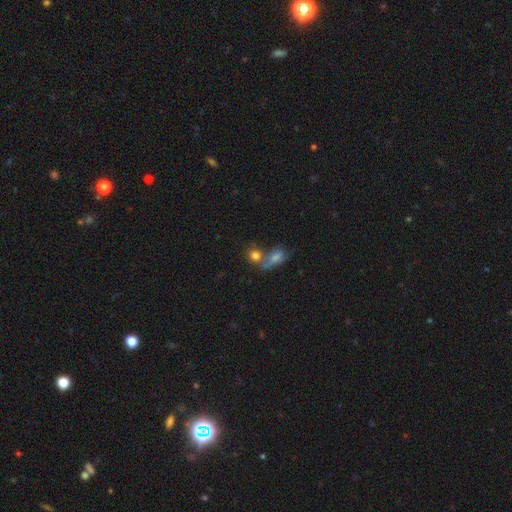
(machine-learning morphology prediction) smooth-or-featured: smooth: 77% | featured or disk: 12% | star or artifact: 11%
  how-rounded: round: 64% | in between: 34% | cigar-shaped: 2%
  merging: merger: 48% | none: 37% | minor disturbance: 10% | major disturbance: 5%